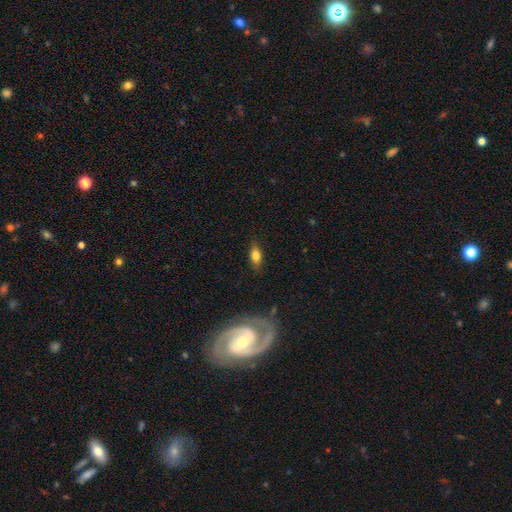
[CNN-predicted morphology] Q: Smooth or featured?
A: smooth (72%); runner-up: featured or disk (19%)
Q: How rounded?
A: in between (81%); runner-up: cigar-shaped (13%)
Q: Merging?
A: none (81%); runner-up: minor disturbance (14%)